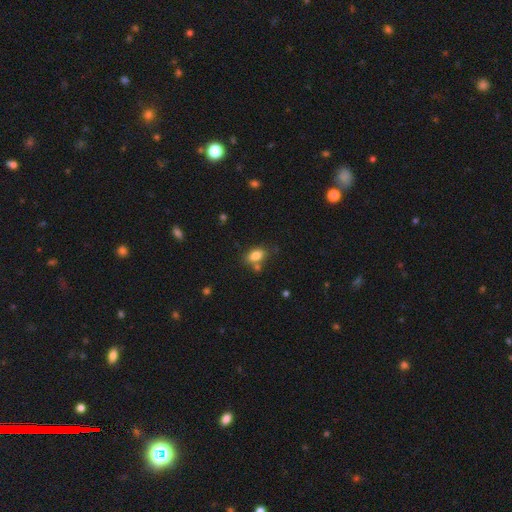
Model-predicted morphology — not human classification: This appears to be a smooth galaxy with no disk features (82%) that is in between round and cigar-shaped (84%). Merging: none (69%).